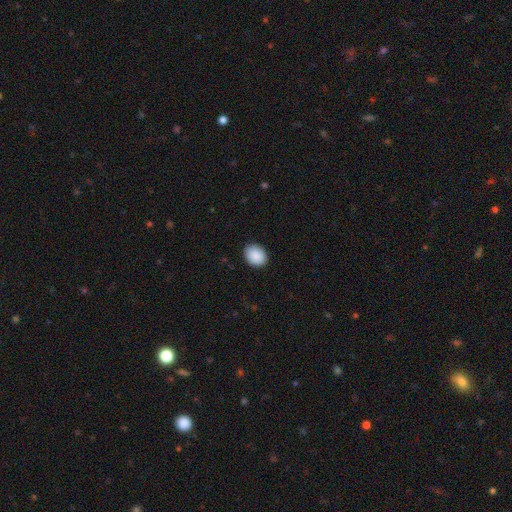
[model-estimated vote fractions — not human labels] A smooth galaxy with no disk features (90%) that is in between round and cigar-shaped (62%). Merging: none (88%).